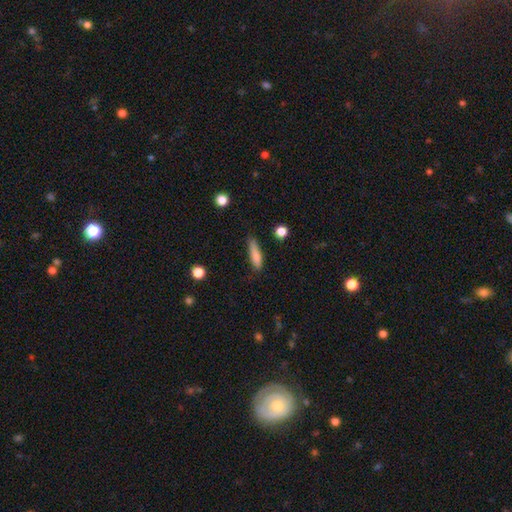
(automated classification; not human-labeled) This is clearly a smooth galaxy (81%). How rounded: likely cigar-shaped (74%). Merging: likely none (75%).